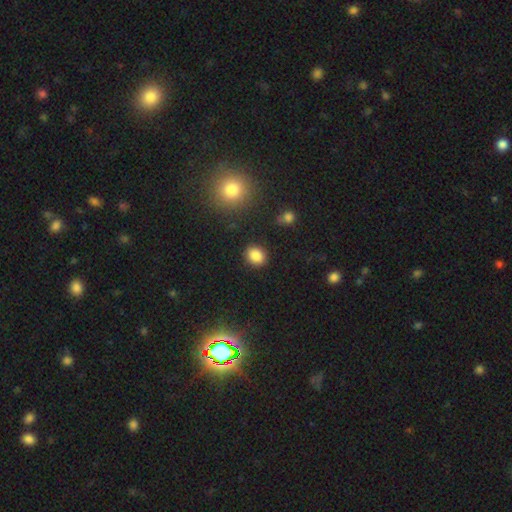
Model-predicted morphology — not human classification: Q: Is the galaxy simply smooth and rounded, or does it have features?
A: smooth — 85%.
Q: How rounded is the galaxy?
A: round — 59%.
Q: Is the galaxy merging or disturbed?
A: none — 88%.